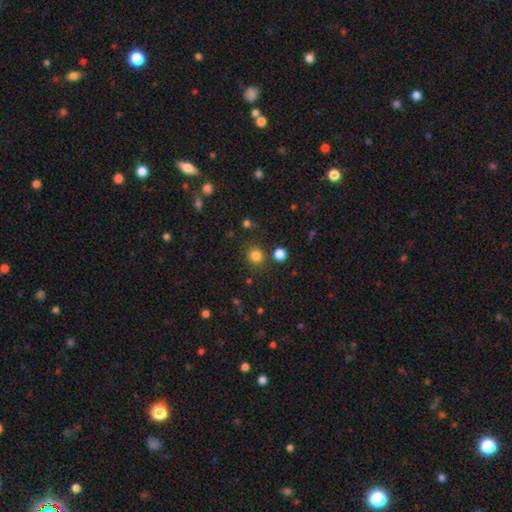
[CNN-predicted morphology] smooth-or-featured: smooth: 81% | star or artifact: 14% | featured or disk: 4%
  how-rounded: round: 90% | in between: 9% | cigar-shaped: 1%
  merging: none: 83% | minor disturbance: 8% | merger: 6% | major disturbance: 3%